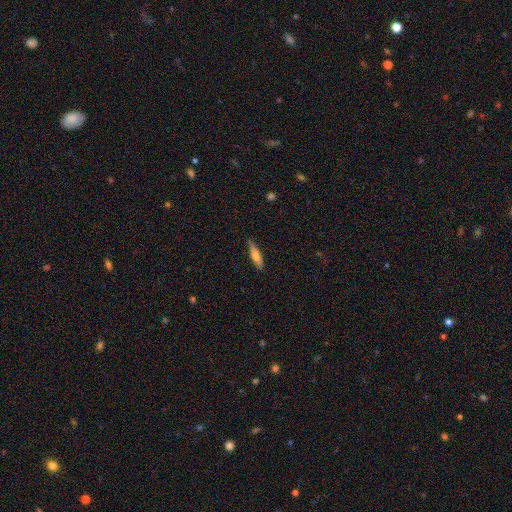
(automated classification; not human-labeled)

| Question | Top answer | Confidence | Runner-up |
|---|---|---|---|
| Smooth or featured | smooth | 64% | featured or disk (30%) |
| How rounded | cigar-shaped | 74% | in between (24%) |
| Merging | none | 81% | minor disturbance (16%) |